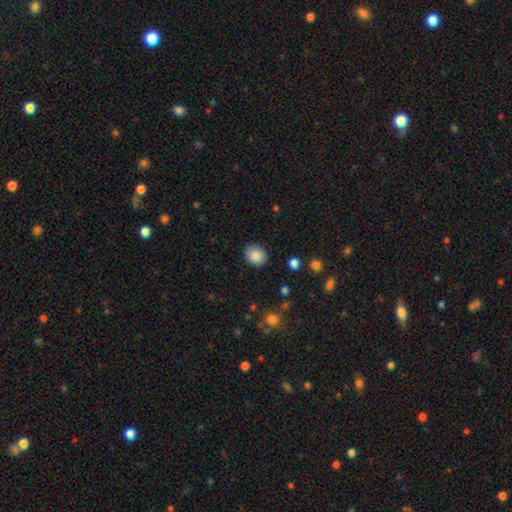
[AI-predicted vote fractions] smooth-or-featured: smooth: 87% | star or artifact: 8% | featured or disk: 5%
  how-rounded: round: 67% | in between: 32% | cigar-shaped: 1%
  merging: none: 87% | minor disturbance: 9% | major disturbance: 2% | merger: 1%